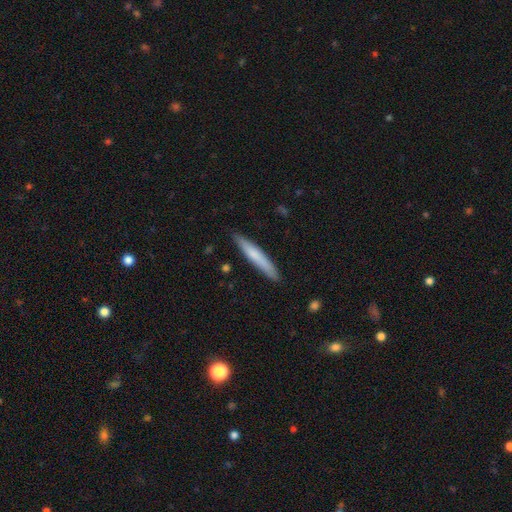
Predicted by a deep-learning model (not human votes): This appears to be a smooth galaxy with no disk features (68%) that is cigar-shaped (94%). Merging: none (88%).